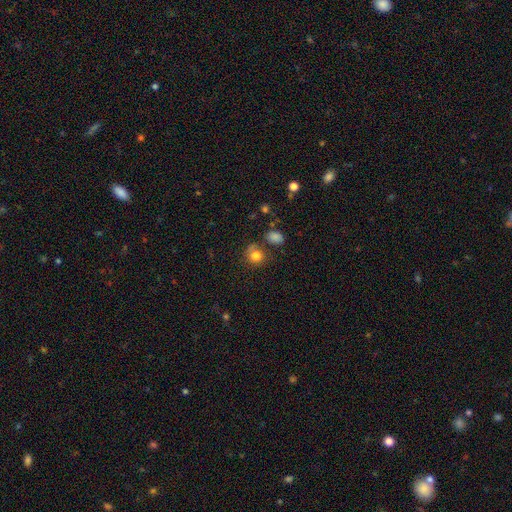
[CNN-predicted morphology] smooth_or_featured: smooth (p=0.80) [alt: star or artifact p=0.11]
how_rounded: round (p=0.78) [alt: in between p=0.21]
merging: none (p=0.58) [alt: minor disturbance p=0.19]